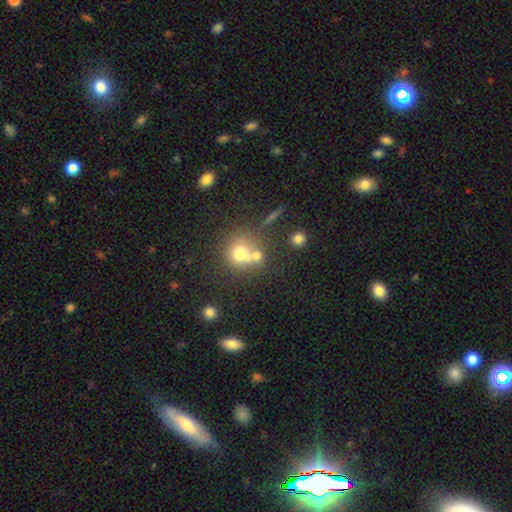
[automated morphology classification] A smooth galaxy with no disk features (65%) that is round (82%). Merging: merger (47%).